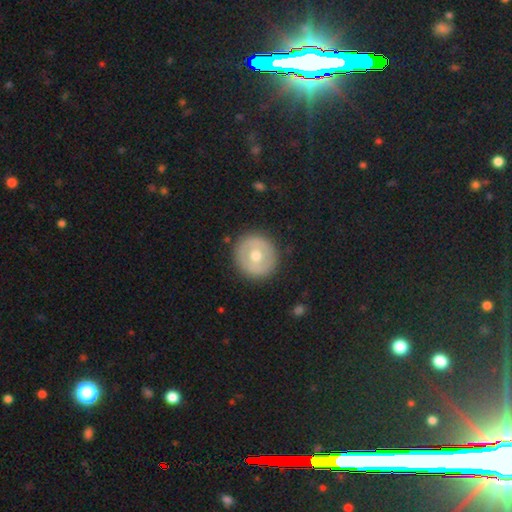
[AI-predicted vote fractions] Smooth or featured? smooth (53%)
How rounded? round (94%)
Merging? none (91%)